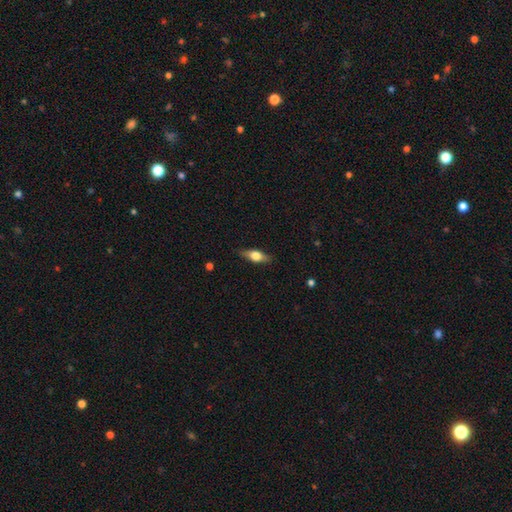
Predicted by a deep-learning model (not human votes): Overall: featured or disk (48%; smooth 45%). Merging: none (86%).